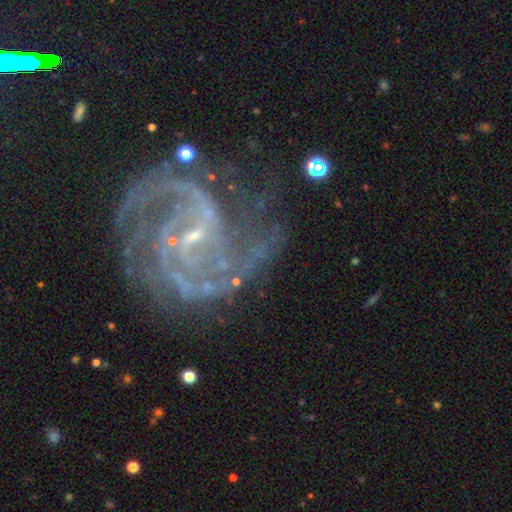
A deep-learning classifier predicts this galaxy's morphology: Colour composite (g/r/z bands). It shows a featured or disk galaxy (91%) with a weak bar (54%), 2 (55%) medium (53%) spiral arms (98%) and a small central bulge (76%). Merging: none (63%).